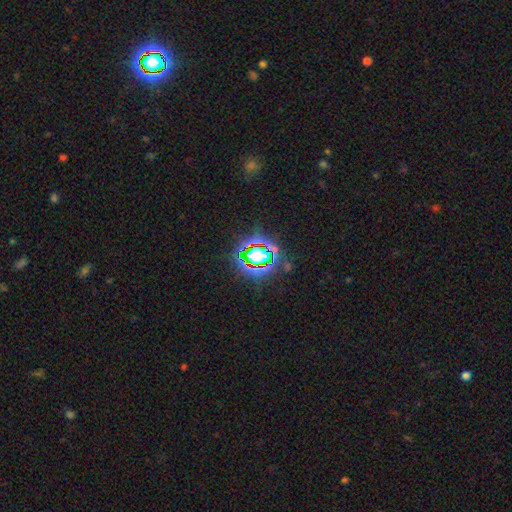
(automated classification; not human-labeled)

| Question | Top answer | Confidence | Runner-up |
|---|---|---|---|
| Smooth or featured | star or artifact | 76% | smooth (16%) |